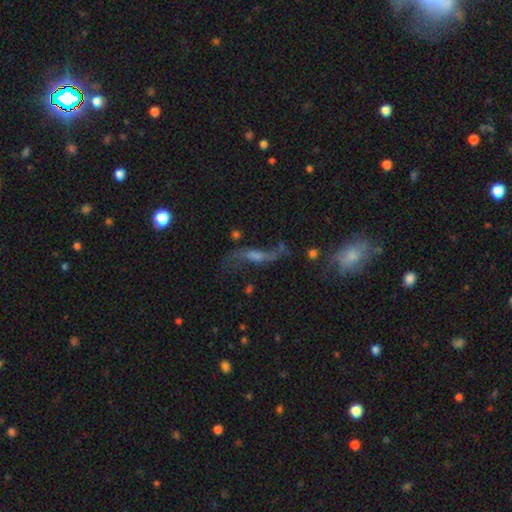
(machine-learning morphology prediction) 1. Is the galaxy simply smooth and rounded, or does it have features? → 70% featured or disk, 15% smooth, 14% star or artifact.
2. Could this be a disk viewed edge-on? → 78% no, 22% yes.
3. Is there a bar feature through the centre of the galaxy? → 41% no, 39% weak, 21% strong.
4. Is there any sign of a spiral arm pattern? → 86% yes, 14% no.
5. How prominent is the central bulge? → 38% small, 31% moderate, 22% none, 6% large, 2% dominant.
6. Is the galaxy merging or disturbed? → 53% none, 20% major disturbance, 18% minor disturbance, 9% merger.